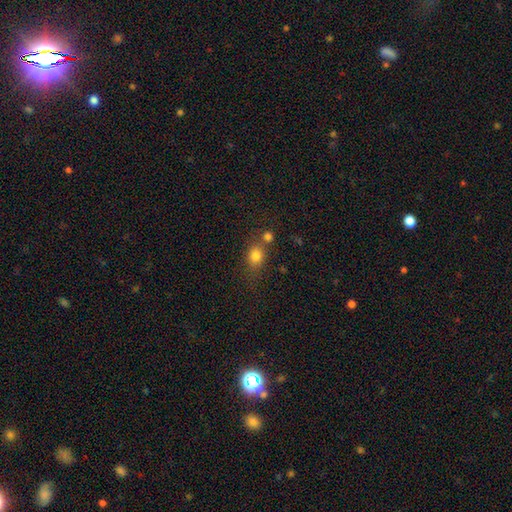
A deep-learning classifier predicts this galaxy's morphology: The model was most divided on "how rounded": round: 55%, in between: 43%, cigar-shaped: 2%. More confident: smooth or featured — smooth (79%); merging — none (54%).